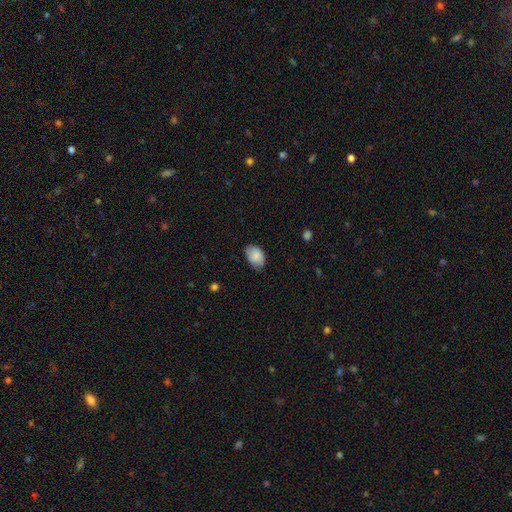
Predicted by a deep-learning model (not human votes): Smooth or featured? Predicted: smooth (p=0.86). How rounded? Predicted: in between (p=0.85). Merging? Predicted: none (p=0.74).